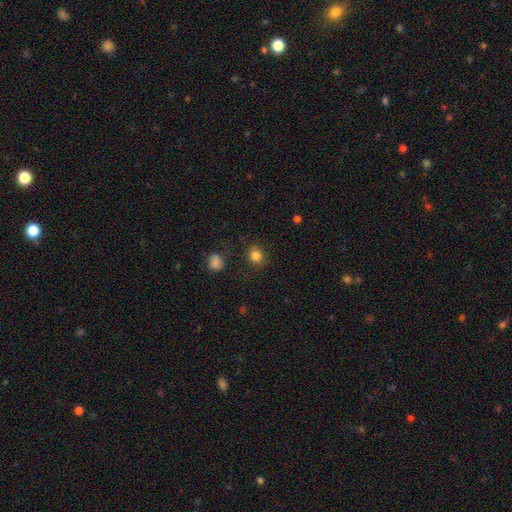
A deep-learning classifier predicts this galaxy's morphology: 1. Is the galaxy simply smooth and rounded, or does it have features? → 83% smooth, 12% star or artifact, 5% featured or disk.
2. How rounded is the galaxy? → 79% round, 20% in between, 1% cigar-shaped.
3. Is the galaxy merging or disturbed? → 85% none, 10% minor disturbance, 3% major disturbance, 2% merger.